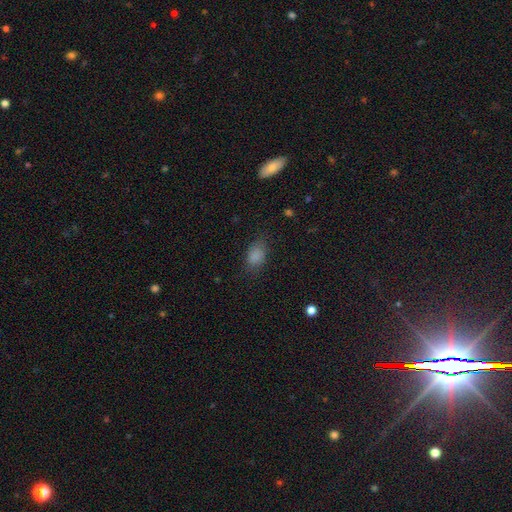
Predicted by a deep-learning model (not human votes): Smooth or featured: smooth — 85% (star or artifact — 10%)
How rounded: in between — 83% (round — 15%)
Merging: none — 74% (minor disturbance — 18%)